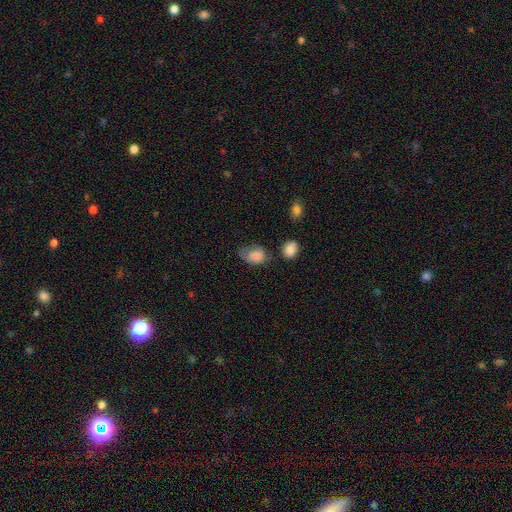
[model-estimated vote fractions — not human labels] Q: Smooth or featured?
A: smooth (83%); runner-up: featured or disk (9%)
Q: How rounded?
A: in between (76%); runner-up: round (23%)
Q: Merging?
A: minor disturbance (37%); runner-up: none (36%)